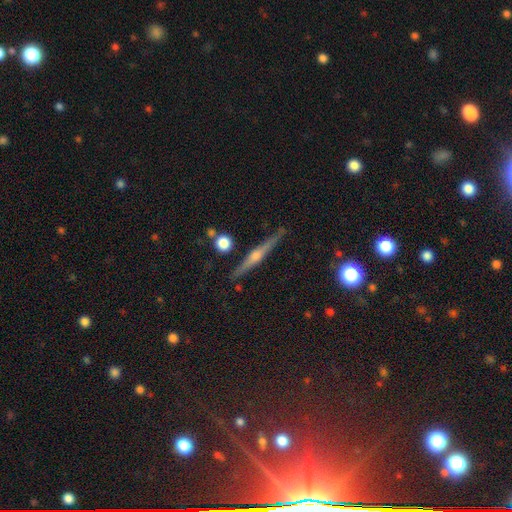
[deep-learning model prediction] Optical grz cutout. It shows a featured or disk galaxy (79%) viewed edge-on (98%) with a rounded central bulge (90%). Merging: none (90%).